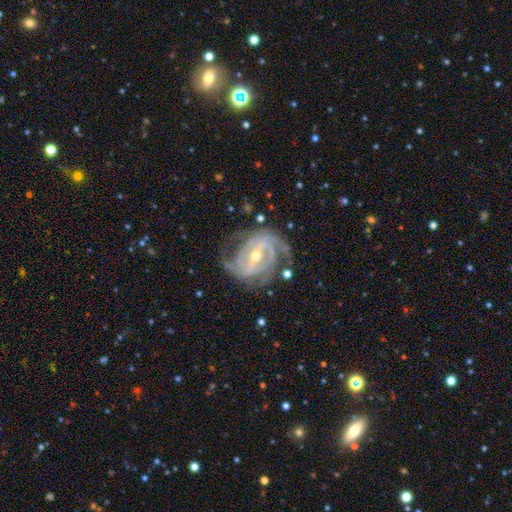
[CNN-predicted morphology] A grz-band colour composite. It shows a featured or disk galaxy (91%) with a strong bar (47%), 2 (43%) tight (48%) spiral arms (97%) and a small central bulge (53%). Merging: none (67%).